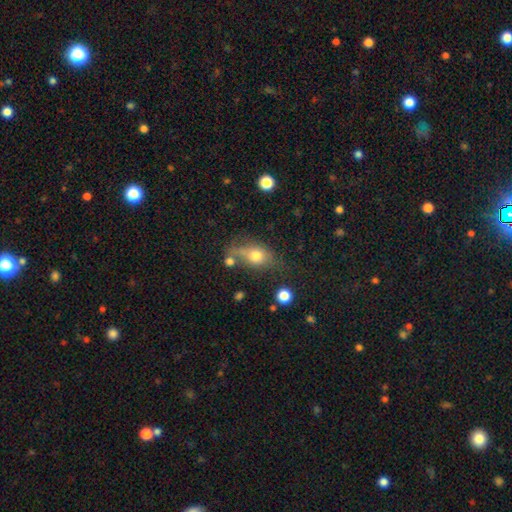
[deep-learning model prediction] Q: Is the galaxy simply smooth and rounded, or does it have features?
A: smooth — 70%.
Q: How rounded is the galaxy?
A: in between — 69%.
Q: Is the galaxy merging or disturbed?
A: none — 47%.